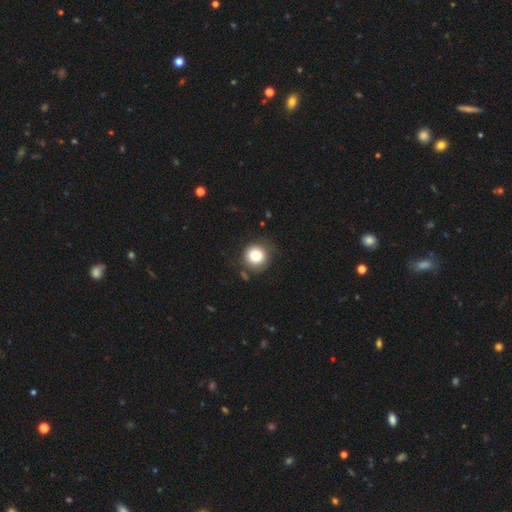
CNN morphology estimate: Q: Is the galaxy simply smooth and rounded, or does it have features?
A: smooth — 84%.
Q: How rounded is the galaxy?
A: round — 92%.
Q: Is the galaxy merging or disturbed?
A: none — 75%.